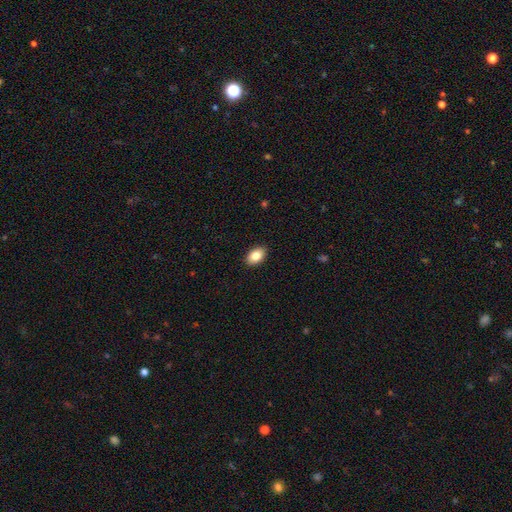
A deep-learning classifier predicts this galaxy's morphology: smooth_or_featured: smooth (p=0.85) [alt: featured or disk p=0.08]
how_rounded: in between (p=0.90) [alt: round p=0.08]
merging: none (p=0.90) [alt: minor disturbance p=0.07]